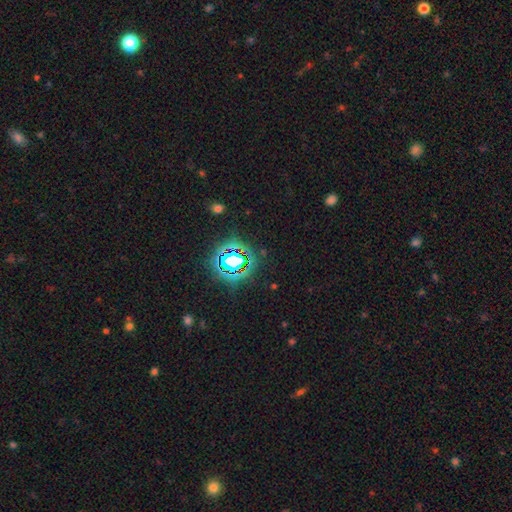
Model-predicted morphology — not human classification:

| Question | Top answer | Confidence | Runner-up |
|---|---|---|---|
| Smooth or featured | star or artifact | 80% | smooth (13%) |